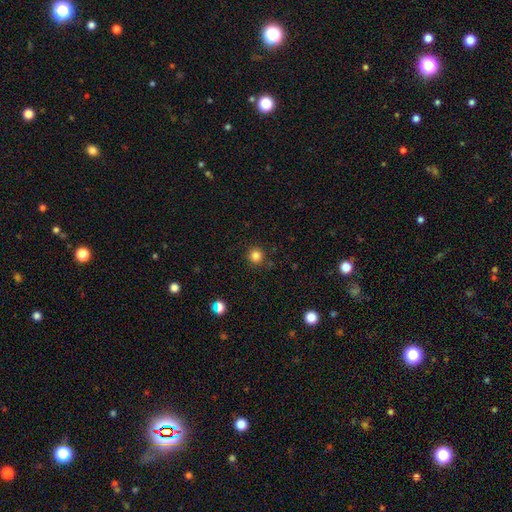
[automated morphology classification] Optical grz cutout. It shows a smooth galaxy with no disk features (83%) that is round (95%). Merging: none (90%).